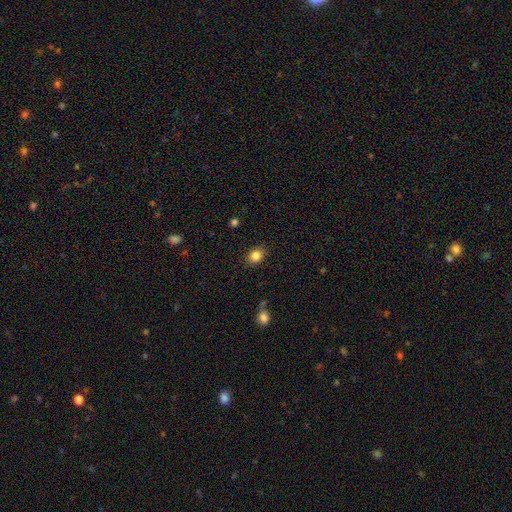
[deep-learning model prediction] A smooth galaxy with no disk features (85%) that is in between round and cigar-shaped (55%). Merging: none (85%).